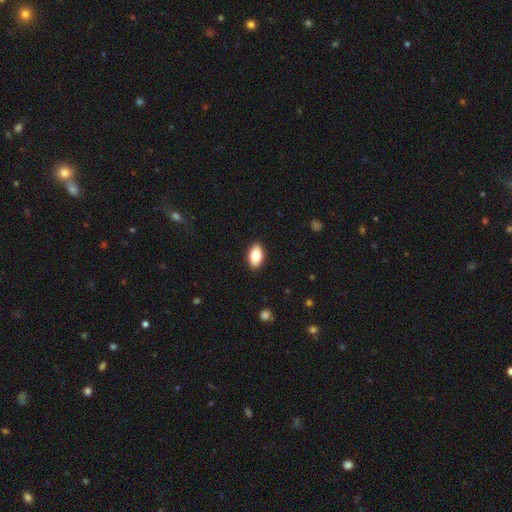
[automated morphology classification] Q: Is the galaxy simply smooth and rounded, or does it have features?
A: smooth — 81%.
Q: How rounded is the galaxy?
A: in between — 91%.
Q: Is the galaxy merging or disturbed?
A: none — 89%.